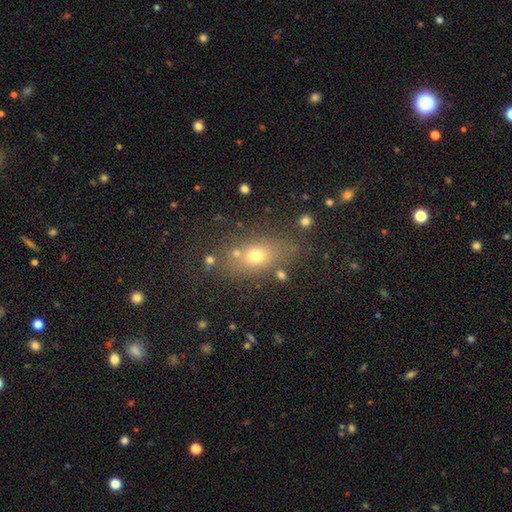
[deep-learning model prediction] Overall: smooth (67%). How rounded: in between (64%; round 27%). Merging: none (73%).